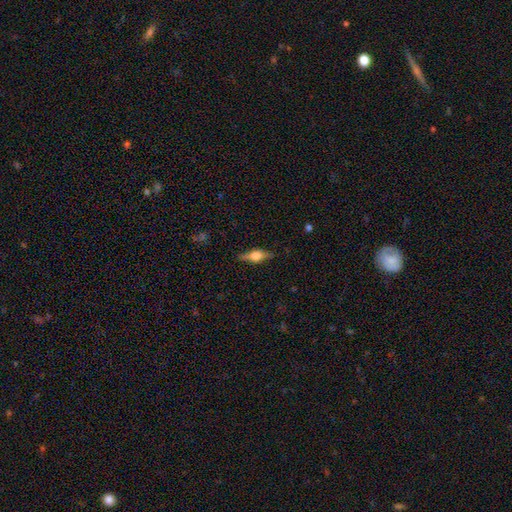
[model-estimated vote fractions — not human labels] smooth_or_featured: featured or disk (p=0.59) [alt: smooth p=0.34]
disk_edge_on: yes (p=0.95) [alt: no p=0.05]
edge_on_bulge: rounded (p=0.91) [alt: boxy p=0.08]
merging: none (p=0.85) [alt: minor disturbance p=0.11]